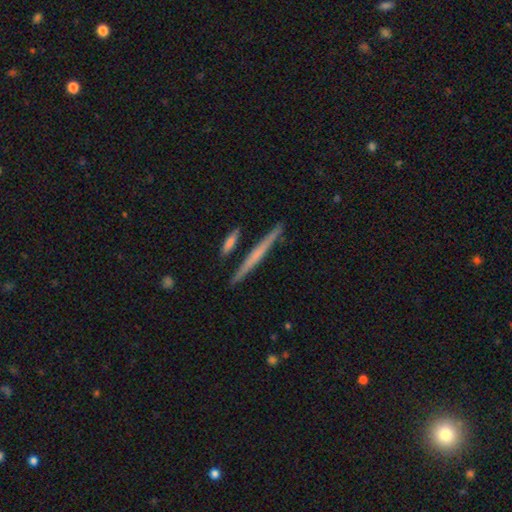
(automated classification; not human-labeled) Q: Smooth or featured?
A: featured or disk (50%); runner-up: smooth (44%)
Q: Edge-on disk?
A: yes (97%); runner-up: no (3%)
Q: Merging?
A: none (88%); runner-up: minor disturbance (7%)